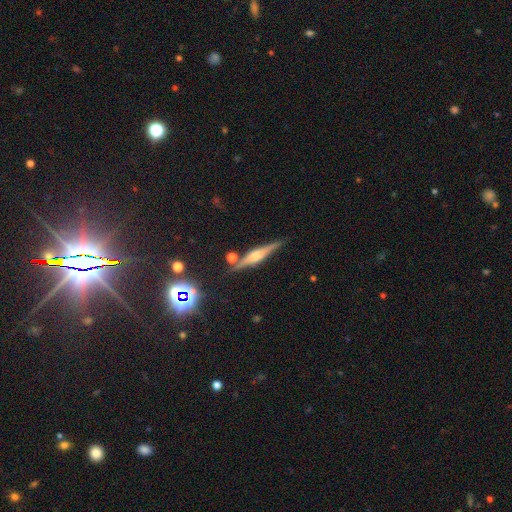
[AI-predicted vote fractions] This appears to be a featured or disk galaxy (72%) viewed edge-on (97%) with a rounded central bulge (69%). Merging: none (83%).